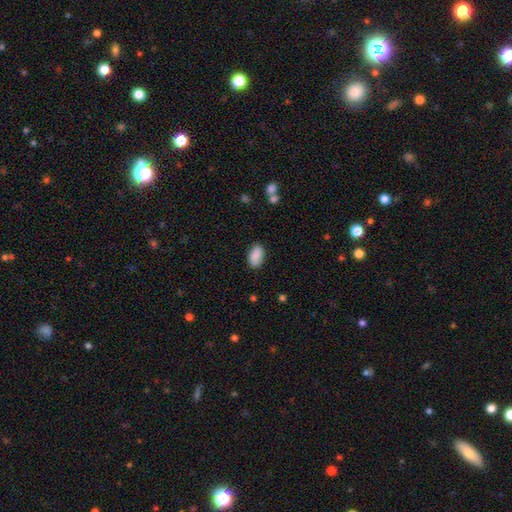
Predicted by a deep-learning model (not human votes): smooth_or_featured: smooth (p=0.88) [alt: star or artifact p=0.07]
how_rounded: in between (p=0.93) [alt: round p=0.06]
merging: none (p=0.83) [alt: minor disturbance p=0.13]